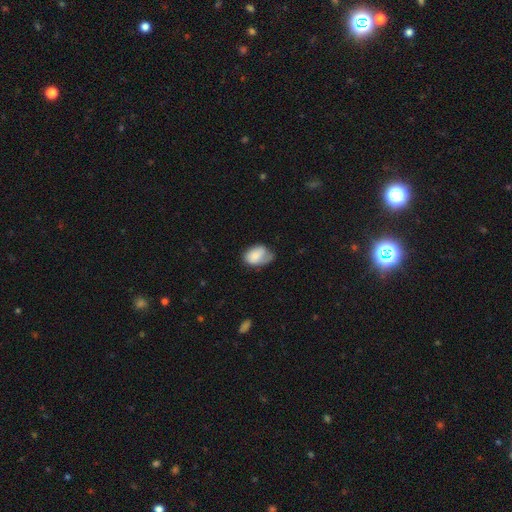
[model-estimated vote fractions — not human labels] Q: Smooth or featured?
A: smooth (70%); runner-up: featured or disk (23%)
Q: How rounded?
A: in between (83%); runner-up: round (15%)
Q: Merging?
A: minor disturbance (39%); runner-up: none (37%)